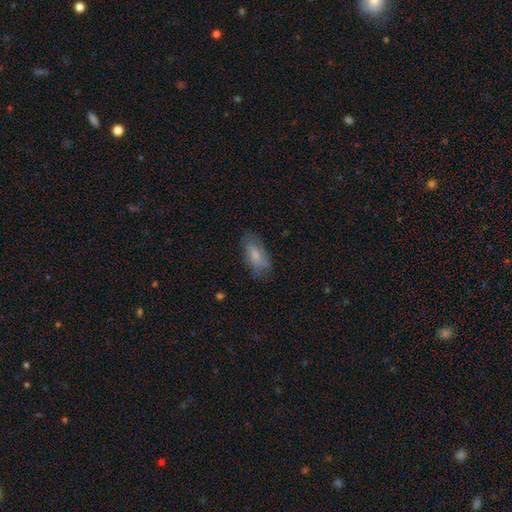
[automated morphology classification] smooth-or-featured: smooth: 69% | featured or disk: 24% | star or artifact: 7%
  how-rounded: in between: 84% | cigar-shaped: 13% | round: 3%
  merging: none: 69% | minor disturbance: 22% | major disturbance: 7% | merger: 1%